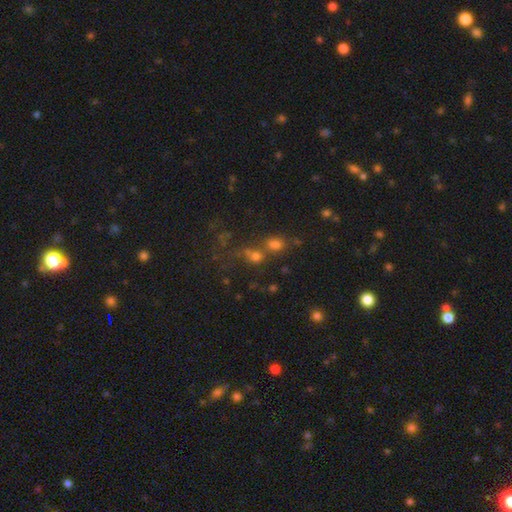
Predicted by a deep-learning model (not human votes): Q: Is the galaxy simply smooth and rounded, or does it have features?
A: smooth — 54%.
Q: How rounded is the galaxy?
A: round — 78%.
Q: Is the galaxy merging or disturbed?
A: none — 47%.